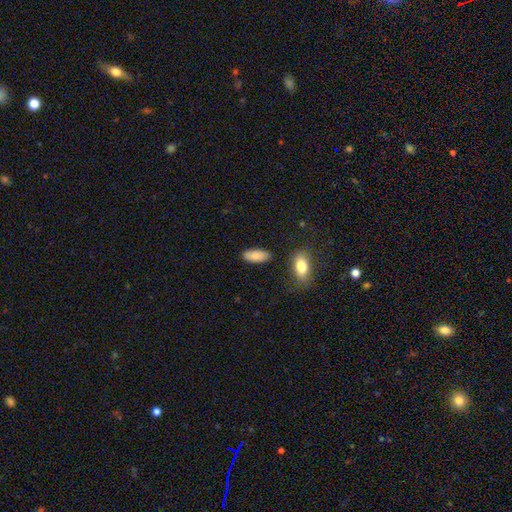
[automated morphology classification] A smooth galaxy with no disk features (85%) that is in between round and cigar-shaped (83%). Merging: none (84%).